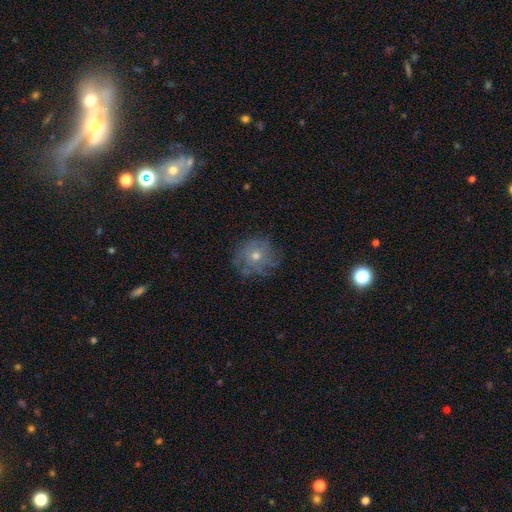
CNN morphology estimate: Smooth or featured? Predicted: featured or disk (p=0.54). Edge-on disk? Predicted: no (p=0.96). Bar? Predicted: no (p=0.86). Spiral arms? Predicted: yes (p=0.70). Bulge size? Predicted: moderate (p=0.56). Merging? Predicted: none (p=0.74).